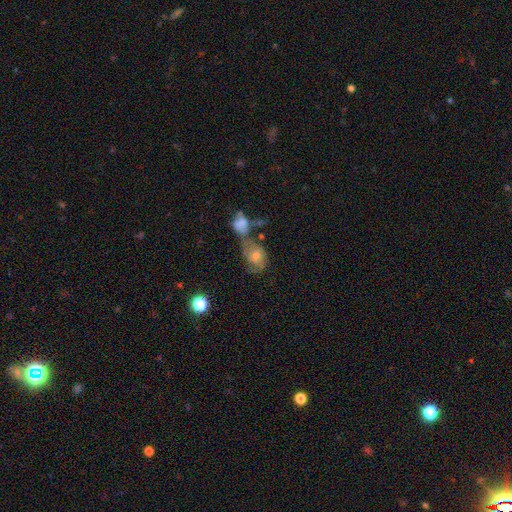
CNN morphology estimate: This appears to be a featured or disk galaxy (58%) with no bar (70%), spiral arms (79%) and a moderate central bulge (55%). Merging: merger (53%).